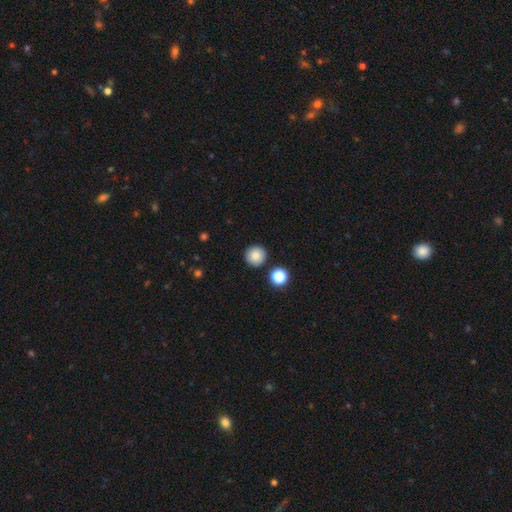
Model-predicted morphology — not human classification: A smooth galaxy with no disk features (85%) that is round (95%). Merging: none (90%).